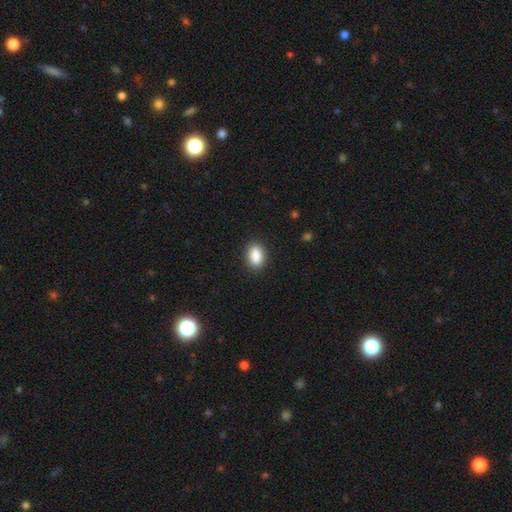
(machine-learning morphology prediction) Smooth or featured? smooth (89%)
How rounded? in between (87%)
Merging? none (89%)